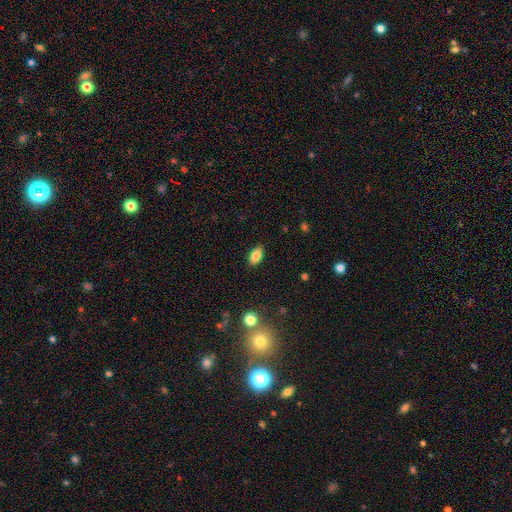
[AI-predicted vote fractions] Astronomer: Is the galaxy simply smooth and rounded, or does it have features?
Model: smooth — 83%.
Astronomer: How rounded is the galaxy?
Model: in between — 91%.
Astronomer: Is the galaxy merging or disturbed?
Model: none — 87%.